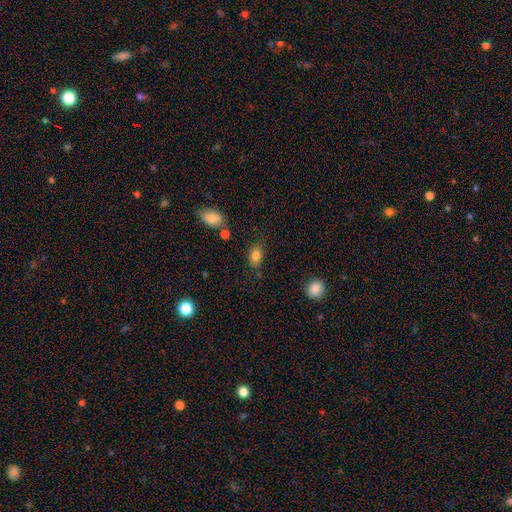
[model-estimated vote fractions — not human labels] Smooth or featured? Predicted: smooth (p=0.83). How rounded? Predicted: in between (p=0.76). Merging? Predicted: none (p=0.74).